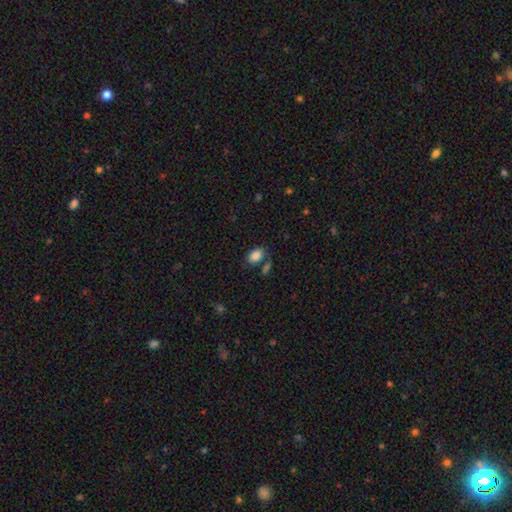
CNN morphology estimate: A smooth galaxy with no disk features (86%) that is in between round and cigar-shaped (86%).

Vote fractions:
- Smooth or featured? smooth: 86% / star or artifact: 9% / featured or disk: 5%
- How rounded? in between: 86% / round: 13% / cigar-shaped: 1%
- Merging? none: 71% / minor disturbance: 13% / merger: 11% / major disturbance: 4%